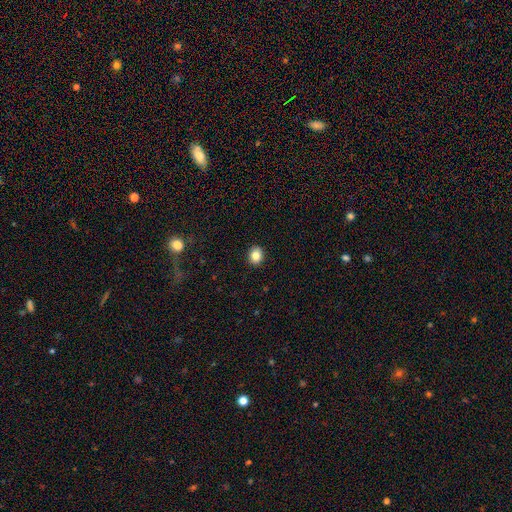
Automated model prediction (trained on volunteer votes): Smooth or featured? smooth (84%)
How rounded? round (62%)
Merging? none (91%)